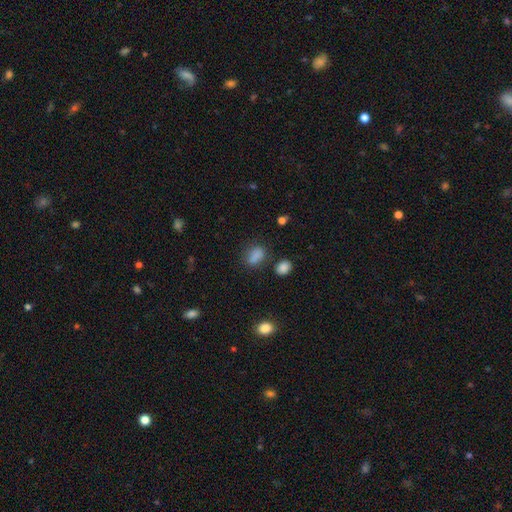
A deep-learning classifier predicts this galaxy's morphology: A smooth galaxy with no disk features (82%) that is in between round and cigar-shaped (76%). Merging: none (69%).